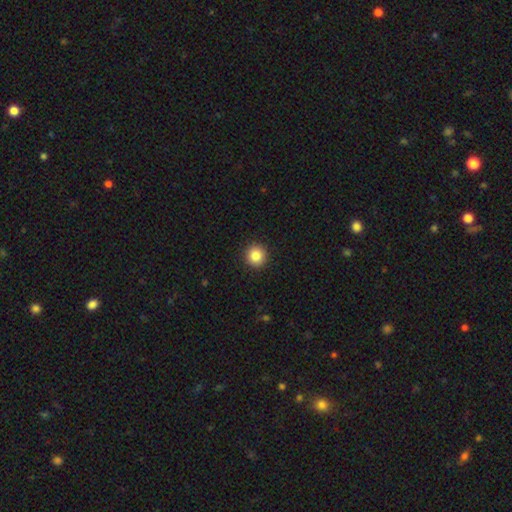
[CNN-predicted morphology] Smooth or featured? smooth (86%)
How rounded? round (95%)
Merging? none (93%)